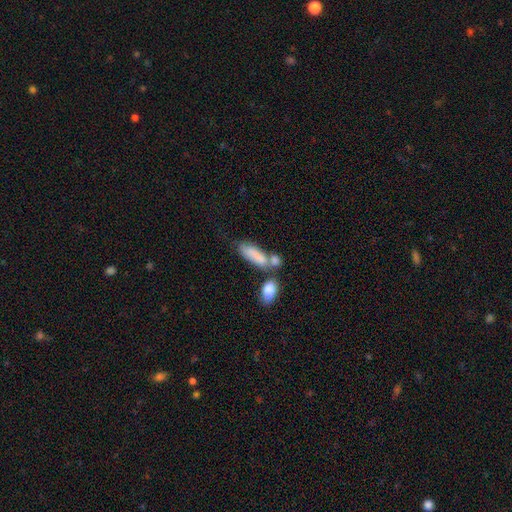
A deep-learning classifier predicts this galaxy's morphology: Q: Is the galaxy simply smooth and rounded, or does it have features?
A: smooth — 81%.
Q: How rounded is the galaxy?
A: in between — 62%.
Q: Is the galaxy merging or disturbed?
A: merger — 39%, tied with none.